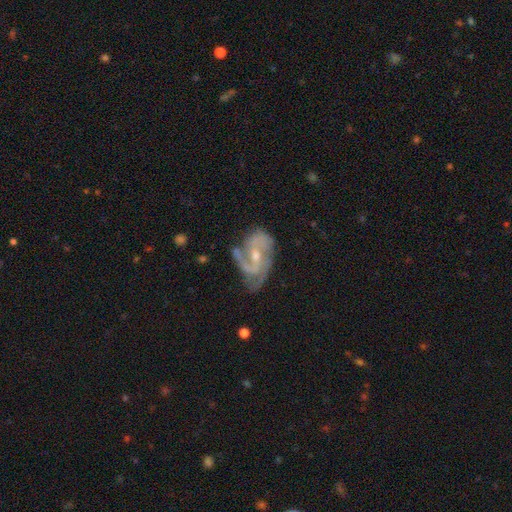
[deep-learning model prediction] A featured or disk galaxy (86%) with no bar (43%, tied with weak), 2 (55%) medium (49%) spiral arms (94%) and a small central bulge (51%). Merging: none (46%).